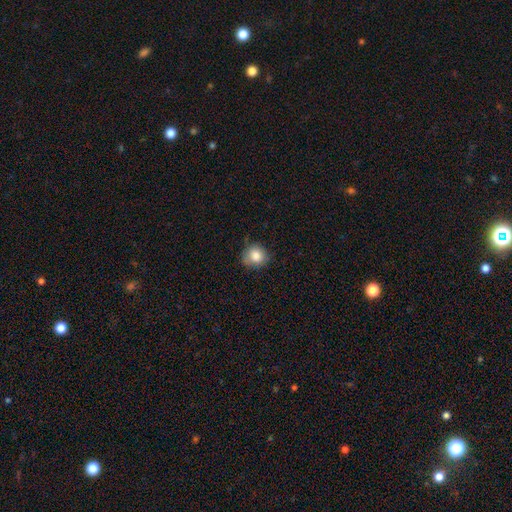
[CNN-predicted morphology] Q: Smooth or featured?
A: smooth (84%); runner-up: star or artifact (9%)
Q: How rounded?
A: round (82%); runner-up: in between (17%)
Q: Merging?
A: none (70%); runner-up: minor disturbance (24%)